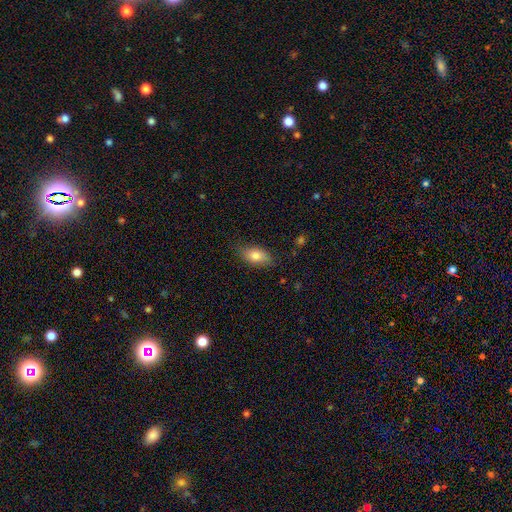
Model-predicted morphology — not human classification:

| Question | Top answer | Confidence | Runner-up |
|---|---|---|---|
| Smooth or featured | smooth | 79% | featured or disk (13%) |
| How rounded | in between | 90% | round (5%) |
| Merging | none | 78% | minor disturbance (17%) |